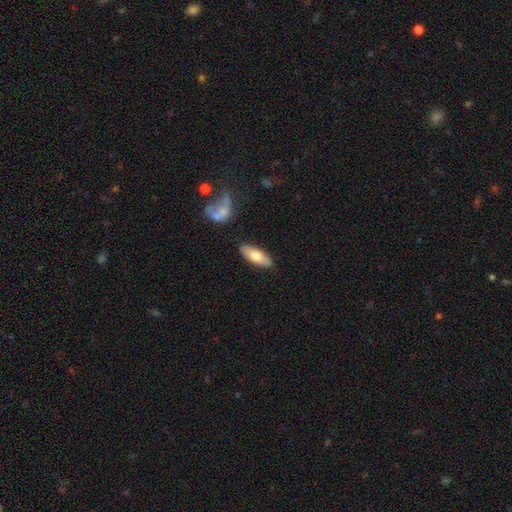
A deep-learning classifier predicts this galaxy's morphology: The model was most divided on "how rounded": in between: 70%, cigar-shaped: 28%, round: 2%. More confident: merging — none (86%); smooth or featured — smooth (69%).